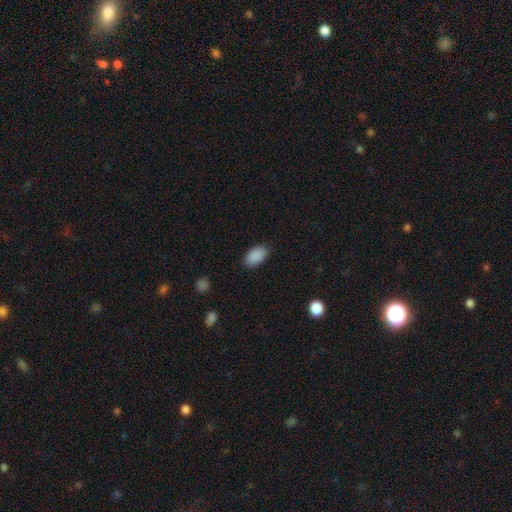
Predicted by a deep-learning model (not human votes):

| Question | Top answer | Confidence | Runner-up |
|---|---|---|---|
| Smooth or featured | smooth | 90% | star or artifact (7%) |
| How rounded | in between | 92% | round (6%) |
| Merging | none | 85% | minor disturbance (11%) |